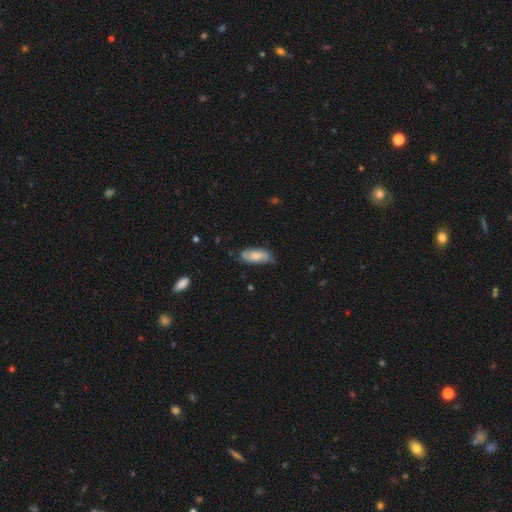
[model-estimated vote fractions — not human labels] Morphology: type=smooth (53%); roundness=in between (85%); merging=none (69%).